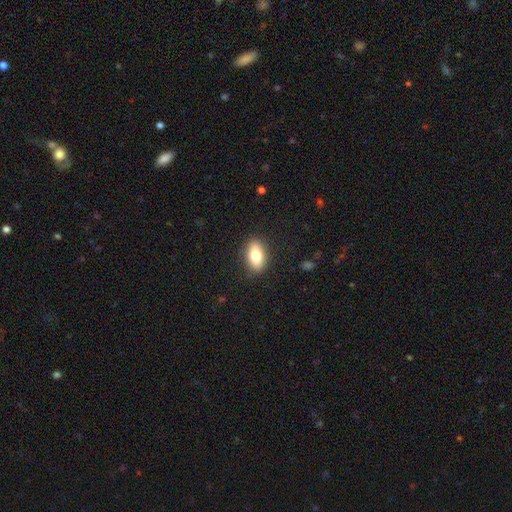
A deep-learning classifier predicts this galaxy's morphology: Smooth or featured?
  - smooth: 78% *
  - featured or disk: 15%
  - star or artifact: 7%
How rounded?
  - in between: 88% *
  - round: 7%
  - cigar-shaped: 5%
Merging?
  - none: 88% *
  - minor disturbance: 9%
  - major disturbance: 2%
  - merger: 1%